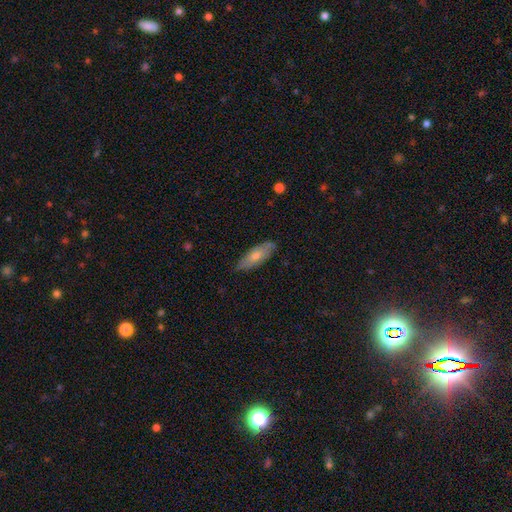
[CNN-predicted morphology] A smooth galaxy with no disk features (52%) that is in between round and cigar-shaped (57%). Merging: none (79%).